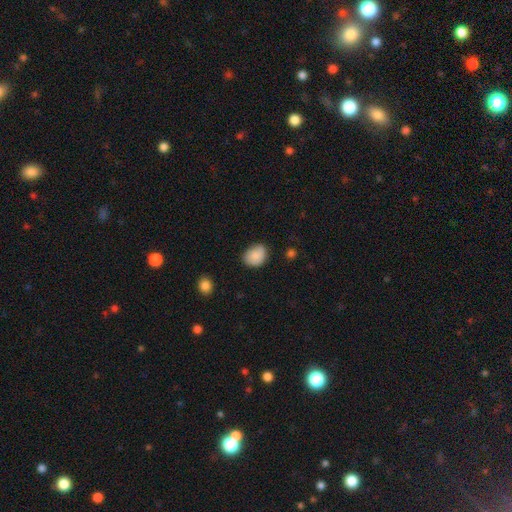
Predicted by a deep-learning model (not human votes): smooth_or_featured: smooth (p=0.86) [alt: star or artifact p=0.08]
how_rounded: in between (p=0.50) [alt: round p=0.49]
merging: none (p=0.73) [alt: minor disturbance p=0.22]